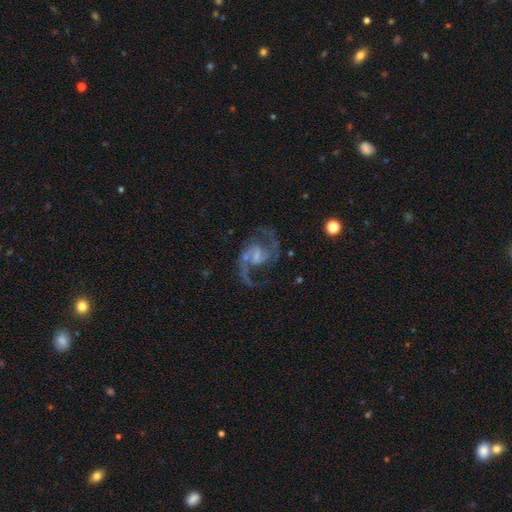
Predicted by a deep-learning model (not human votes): This is clearly a featured or disk galaxy (91%). It is clearly not viewed edge-on (98%). Bar: possibly weak (56%). Spiral arm pattern: clearly yes (97%). Spiral arm count: clearly 2 (91%). Spiral winding: possibly medium (56%). Central bulge: possibly small (46%). Merging: likely none (66%).